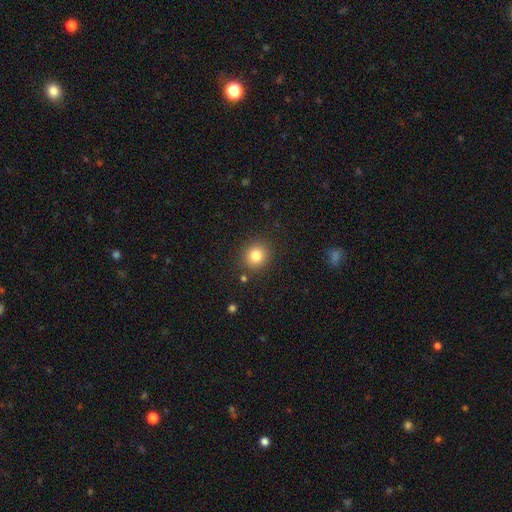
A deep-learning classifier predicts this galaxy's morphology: A smooth galaxy with no disk features (81%) that is round (84%).

Vote fractions:
- Smooth or featured? smooth: 81% / star or artifact: 12% / featured or disk: 7%
- How rounded? round: 84% / in between: 15% / cigar-shaped: 1%
- Merging? none: 88% / minor disturbance: 7% / major disturbance: 3% / merger: 2%